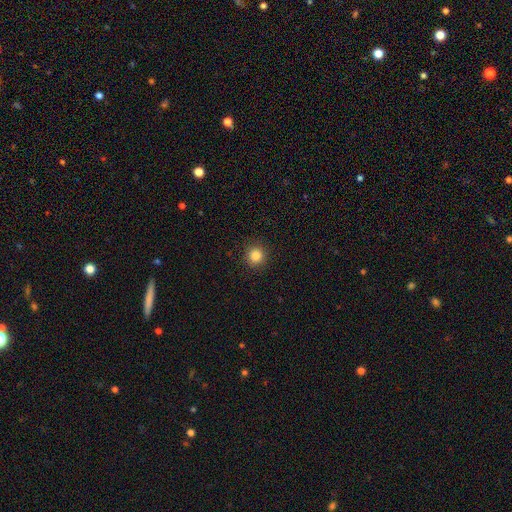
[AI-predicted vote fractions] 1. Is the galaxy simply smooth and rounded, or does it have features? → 84% smooth, 12% star or artifact, 5% featured or disk.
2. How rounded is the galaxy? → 95% round, 4% in between, 1% cigar-shaped.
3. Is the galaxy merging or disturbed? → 93% none, 5% minor disturbance, 2% major disturbance, 1% merger.